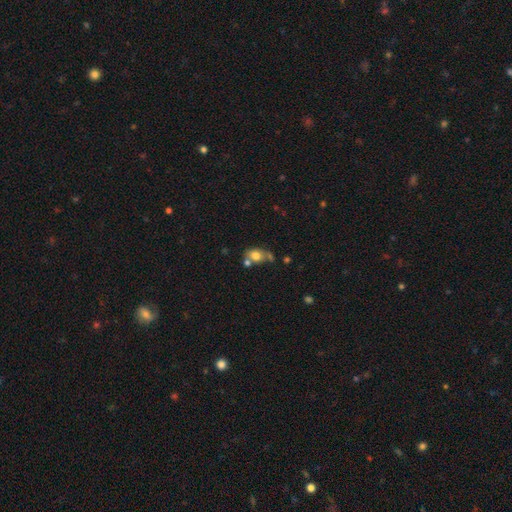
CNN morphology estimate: Q: Smooth or featured?
A: smooth (72%); runner-up: featured or disk (17%)
Q: How rounded?
A: in between (62%); runner-up: round (36%)
Q: Merging?
A: none (41%); runner-up: merger (33%)